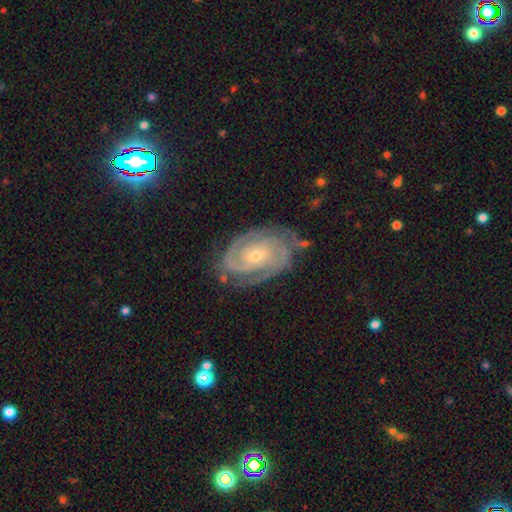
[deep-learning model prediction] This is clearly a featured or disk galaxy (91%). It is clearly not viewed edge-on (97%). Bar: likely no (66%). Spiral arm pattern: clearly yes (98%). Spiral arm count: possibly 2 (57%). Spiral winding: likely tight (76%). Central bulge: likely small (63%). Merging: likely none (77%).